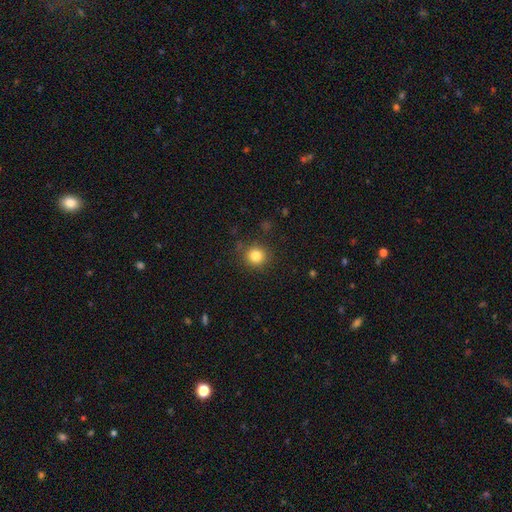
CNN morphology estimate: smooth_or_featured: smooth (p=0.83) [alt: star or artifact p=0.11]
how_rounded: round (p=0.91) [alt: in between p=0.08]
merging: none (p=0.86) [alt: minor disturbance p=0.09]